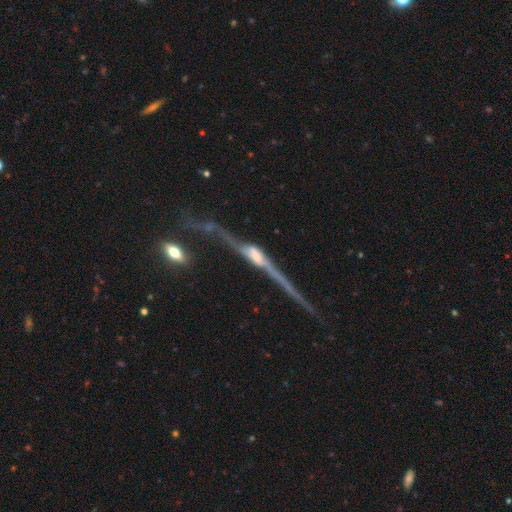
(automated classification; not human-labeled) Smooth or featured? Predicted: featured or disk (p=0.87). Edge-on disk? Predicted: yes (p=0.96). Edge-on bulge? Predicted: rounded (p=0.84). Merging? Predicted: none (p=0.69).